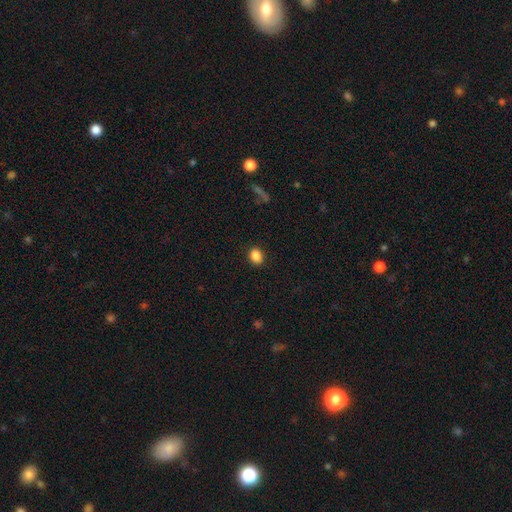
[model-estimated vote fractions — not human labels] Smooth or featured? smooth (87%)
How rounded? in between (55%)
Merging? none (90%)